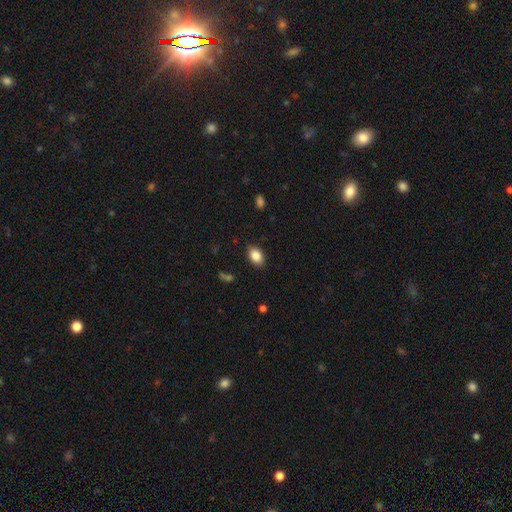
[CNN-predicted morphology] This is clearly a smooth galaxy (86%). How rounded: clearly in between (87%). Merging: clearly none (86%).